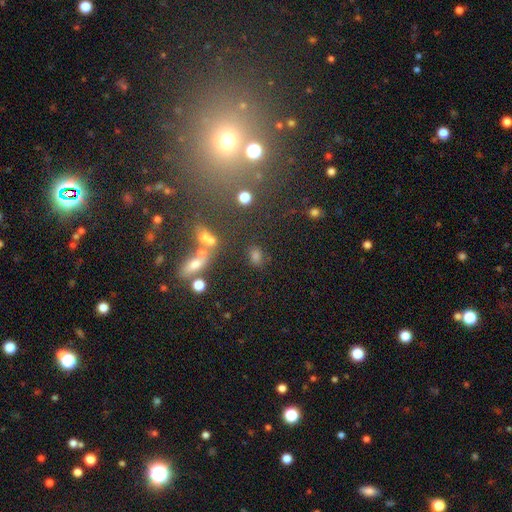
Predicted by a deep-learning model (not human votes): smooth 68%, star or artifact 21%, featured or disk 11%. Down the decision tree: how rounded — in between (67%); merging — none (63%).